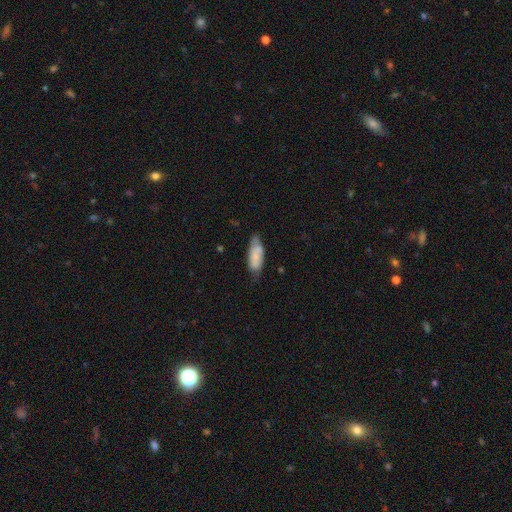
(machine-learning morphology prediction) Smooth or featured?
  - smooth: 67% *
  - featured or disk: 27%
  - star or artifact: 6%
How rounded?
  - in between: 76% *
  - cigar-shaped: 23%
  - round: 2%
Merging?
  - none: 61% *
  - minor disturbance: 29%
  - major disturbance: 7%
  - merger: 3%